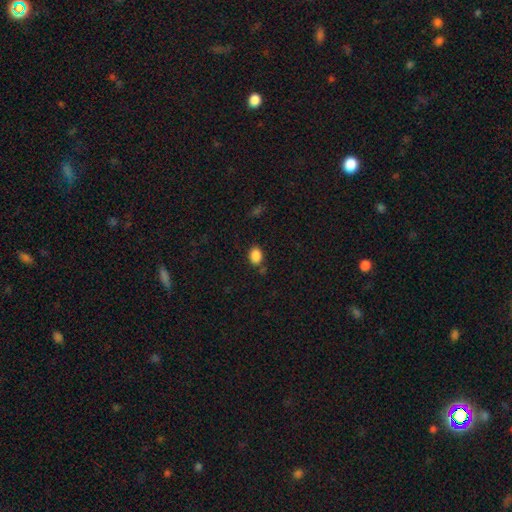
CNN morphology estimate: The model was most divided on "how rounded": in between: 71%, round: 28%, cigar-shaped: 1%. More confident: smooth or featured — smooth (87%); merging — none (76%).